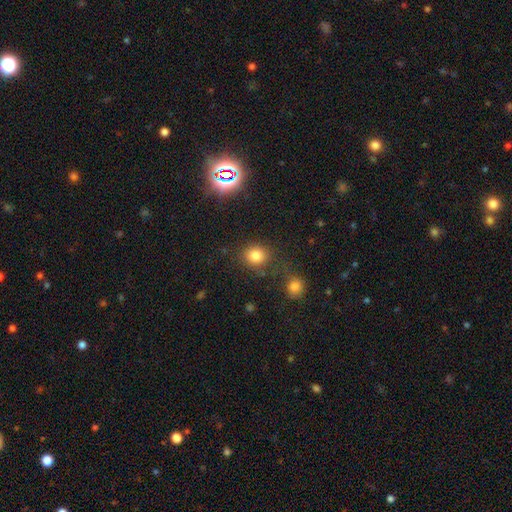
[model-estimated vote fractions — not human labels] Smooth or featured: smooth — 80% (star or artifact — 14%)
How rounded: round — 78% (in between — 20%)
Merging: none — 77% (minor disturbance — 11%)